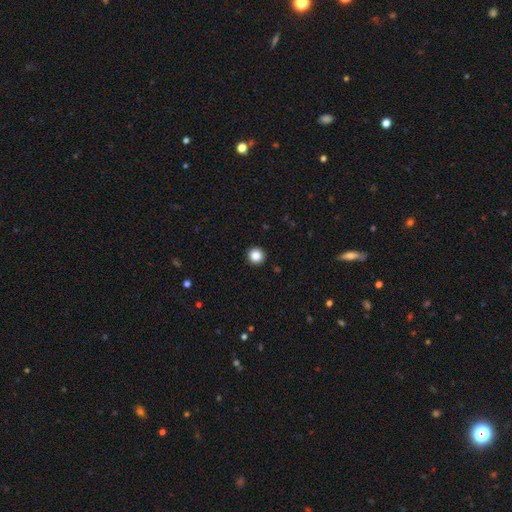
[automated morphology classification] Q: Smooth or featured?
A: smooth (85%); runner-up: star or artifact (11%)
Q: How rounded?
A: round (94%); runner-up: in between (5%)
Q: Merging?
A: none (94%); runner-up: minor disturbance (4%)